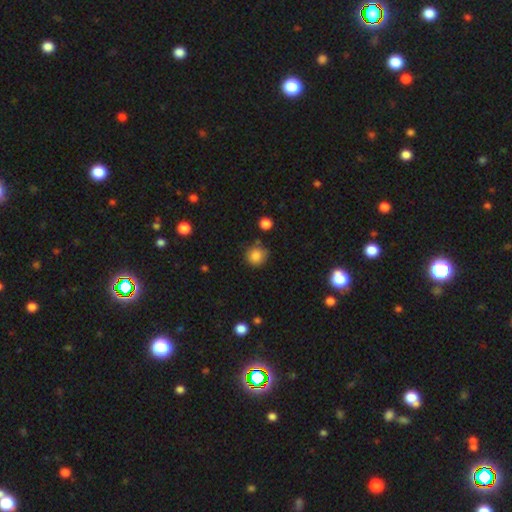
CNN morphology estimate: Smooth or featured?
  - smooth: 85% *
  - star or artifact: 10%
  - featured or disk: 5%
How rounded?
  - round: 88% *
  - in between: 11%
  - cigar-shaped: 1%
Merging?
  - none: 75% *
  - minor disturbance: 17%
  - merger: 4%
  - major disturbance: 4%